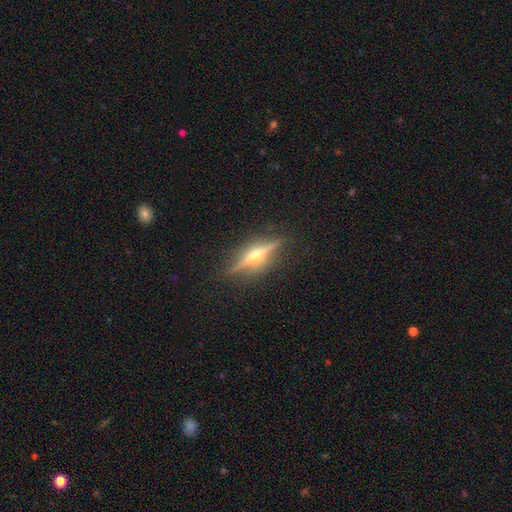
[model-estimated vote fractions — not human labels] A featured or disk galaxy (84%) viewed edge-on (98%) with a rounded central bulge (95%). Merging: none (89%).